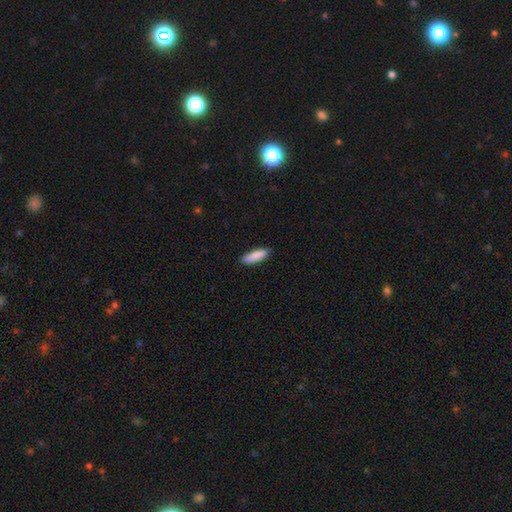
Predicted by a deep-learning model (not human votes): Smooth or featured: smooth — 89% (star or artifact — 6%)
How rounded: in between — 52% (cigar-shaped — 47%)
Merging: none — 85% (minor disturbance — 12%)